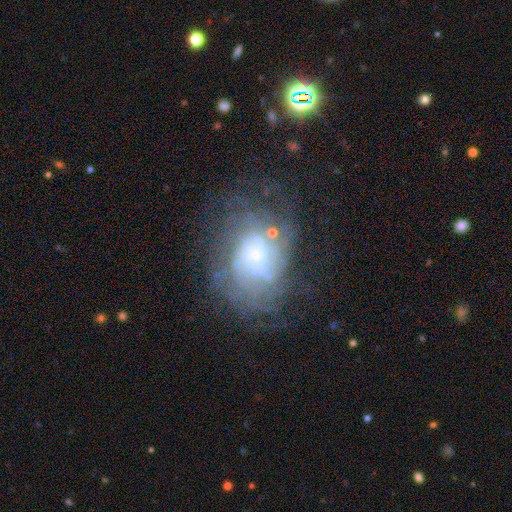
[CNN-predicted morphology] smooth-or-featured: featured or disk: 74% | smooth: 16% | star or artifact: 10%
  disk-edge-on: no: 97% | yes: 3%
    bar: no: 72% | weak: 24% | strong: 5%
    has-spiral-arms: yes: 79% | no: 21%
      spiral-winding: tight: 60% | medium: 28% | loose: 12%
      spiral-arm-count: can't tell: 55% | 2: 12% | 4: 10% | 3: 9% | more than 4: 8% | 1: 5%
    bulge-size: small: 63% | moderate: 18% | none: 13% | large: 4% | dominant: 2%
  merging: none: 58% | minor disturbance: 21% | major disturbance: 17% | merger: 5%